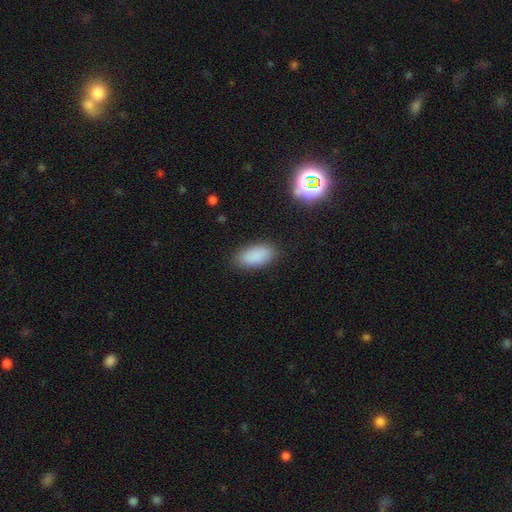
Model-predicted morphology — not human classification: smooth 87%, star or artifact 9%, featured or disk 4%. Down the decision tree: how rounded — in between (91%); merging — none (86%).